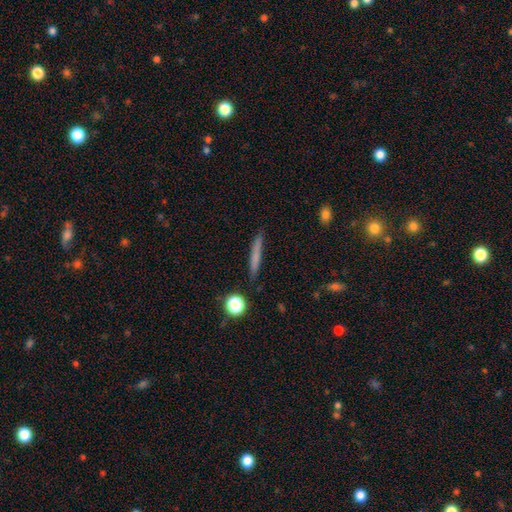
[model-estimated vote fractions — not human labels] This appears to be a smooth galaxy with no disk features (69%) that is cigar-shaped (93%). Merging: none (87%).